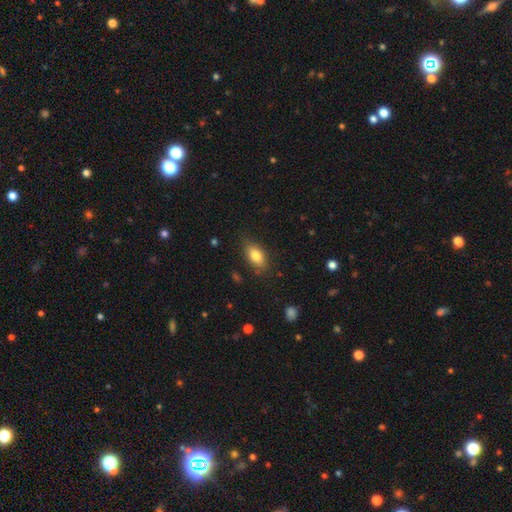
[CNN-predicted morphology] Smooth or featured?
  - smooth: 81% *
  - featured or disk: 11%
  - star or artifact: 8%
How rounded?
  - in between: 89% *
  - round: 6%
  - cigar-shaped: 5%
Merging?
  - none: 78% *
  - minor disturbance: 17%
  - major disturbance: 4%
  - merger: 2%